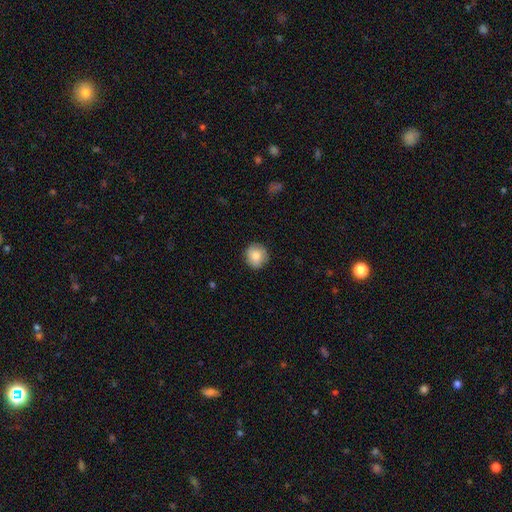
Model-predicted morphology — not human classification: type=smooth (84%); roundness=round (91%); merging=none (87%).